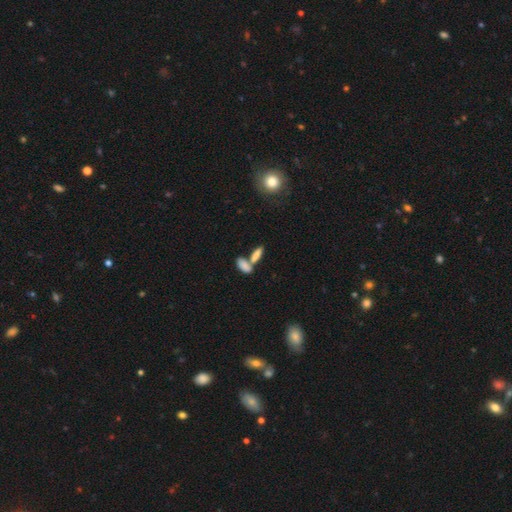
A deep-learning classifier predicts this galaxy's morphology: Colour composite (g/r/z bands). It shows a smooth galaxy with no disk features (80%) that is in between round and cigar-shaped (66%). Merging: merger (51%).